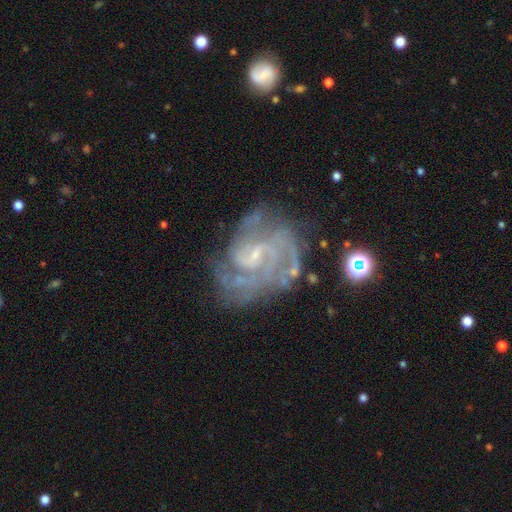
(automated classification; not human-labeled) Q: Smooth or featured?
A: featured or disk (87%); runner-up: star or artifact (8%)
Q: Edge-on disk?
A: no (98%); runner-up: yes (2%)
Q: Bar?
A: weak (52%); runner-up: no (35%)
Q: Spiral arms?
A: yes (95%); runner-up: no (5%)
Q: Spiral winding?
A: tight (52%); runner-up: medium (39%)
Q: Spiral arm count?
A: can't tell (25%); tied with: 3 (25%)
Q: Bulge size?
A: small (69%); runner-up: none (15%)
Q: Merging?
A: none (64%); runner-up: minor disturbance (20%)